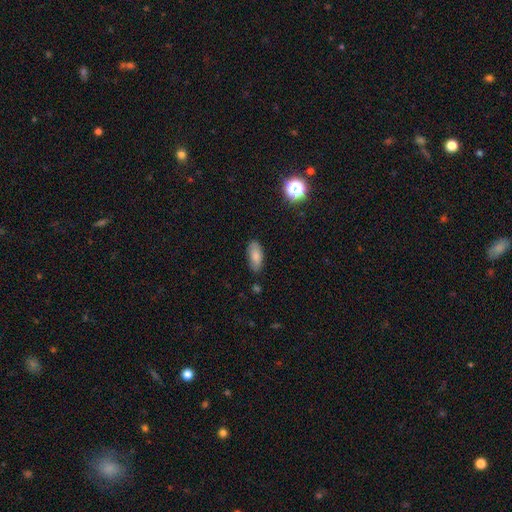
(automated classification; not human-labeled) smooth-or-featured: smooth: 80% | featured or disk: 11% | star or artifact: 8%
  how-rounded: in between: 86% | cigar-shaped: 11% | round: 3%
  merging: none: 81% | minor disturbance: 15% | major disturbance: 3% | merger: 2%